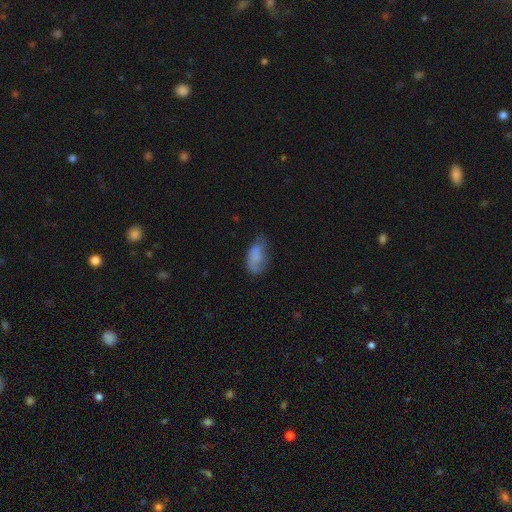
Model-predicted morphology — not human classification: This appears to be a smooth galaxy with no disk features (70%) that is in between round and cigar-shaped (92%). Merging: none (43%).